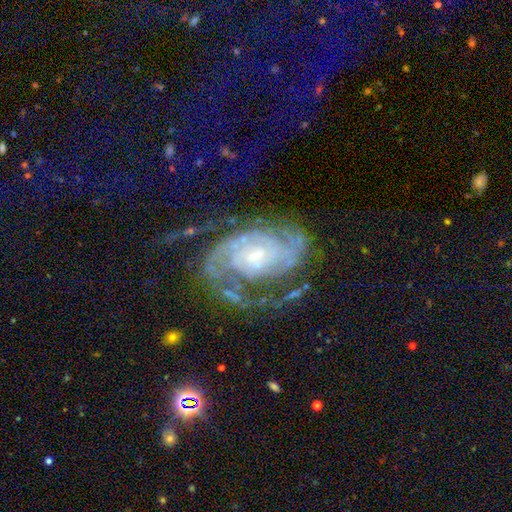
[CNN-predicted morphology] A featured or disk galaxy (88%) with no bar (58%), 2 (48%) tight (59%) spiral arms (97%) and a small central bulge (58%). Merging: none (63%).